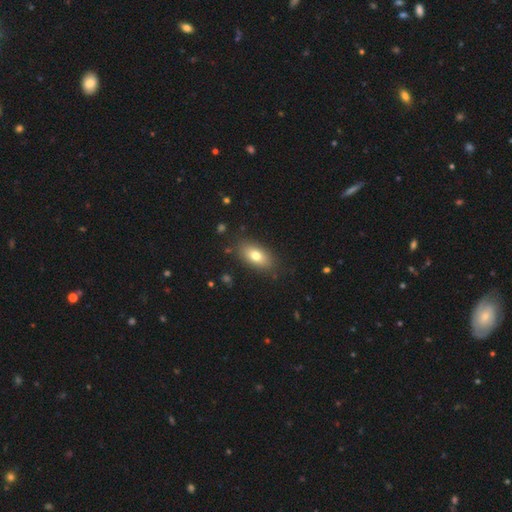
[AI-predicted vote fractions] Smooth or featured: smooth — 74% (featured or disk — 17%)
How rounded: in between — 87% (round — 7%)
Merging: none — 85% (minor disturbance — 11%)